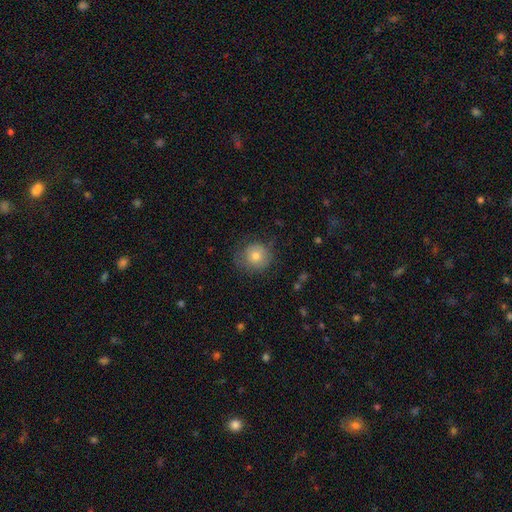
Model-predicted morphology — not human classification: smooth_or_featured: smooth (p=0.75) [alt: featured or disk p=0.15]
how_rounded: round (p=0.90) [alt: in between p=0.09]
merging: none (p=0.73) [alt: minor disturbance p=0.19]